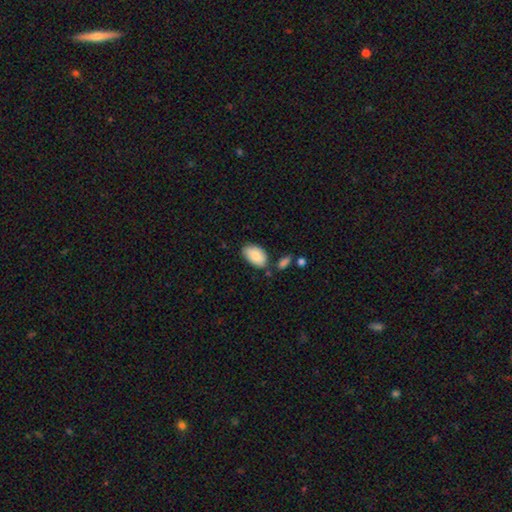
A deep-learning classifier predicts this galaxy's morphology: The model was most divided on "merging": none: 70%, minor disturbance: 18%, merger: 7%, major disturbance: 4%. More confident: how rounded — in between (95%); smooth or featured — smooth (88%).